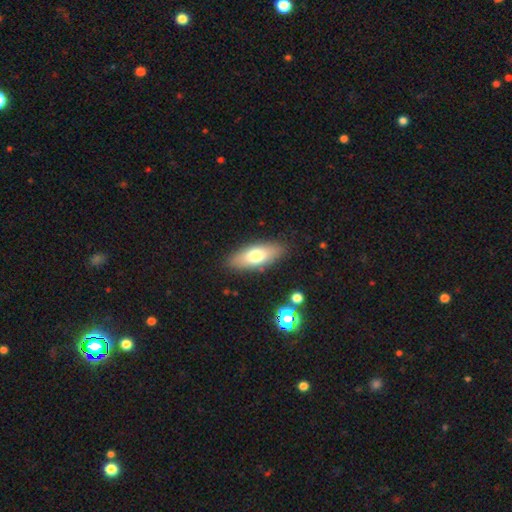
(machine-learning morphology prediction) The model was most divided on "smooth or featured": smooth: 70%, featured or disk: 23%, star or artifact: 7%. More confident: merging — none (87%); how rounded — in between (76%).